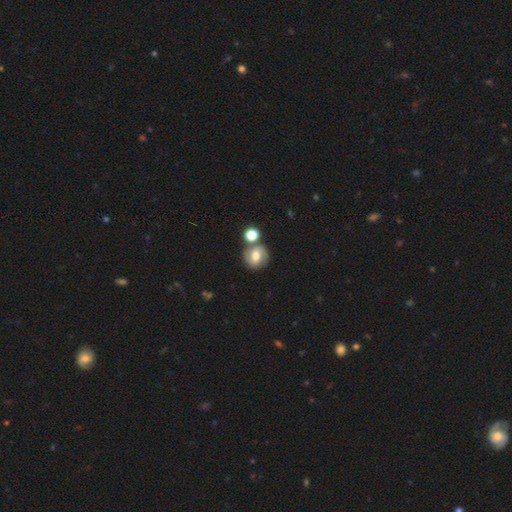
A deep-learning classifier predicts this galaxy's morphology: This appears to be a featured or disk galaxy (46%). Merging: none (66%).